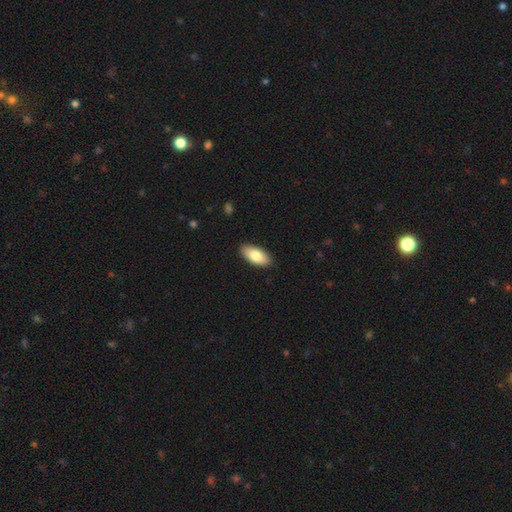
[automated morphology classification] smooth 79%, featured or disk 15%, star or artifact 6%. Down the decision tree: how rounded — in between (90%); merging — none (90%).